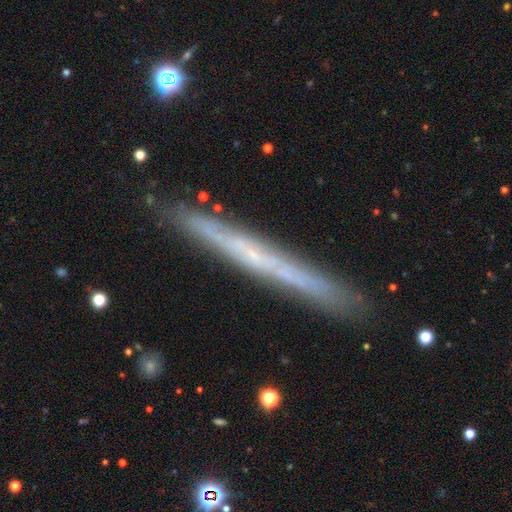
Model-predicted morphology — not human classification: A featured or disk galaxy (65%) viewed edge-on (96%) with no central bulge (82%).

Vote fractions:
- Smooth or featured? featured or disk: 65% / smooth: 28% / star or artifact: 8%
- Edge-on disk? yes: 96% / no: 4%
- Edge-on bulge? none: 82% / rounded: 14% / boxy: 4%
- Merging? none: 89% / minor disturbance: 8% / merger: 1% / major disturbance: 1%